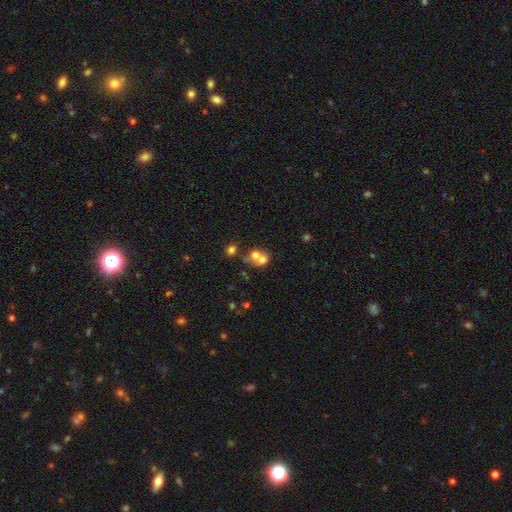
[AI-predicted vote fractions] Smooth or featured? Predicted: smooth (p=0.61). How rounded? Predicted: round (p=0.58). Merging? Predicted: merger (p=0.64).